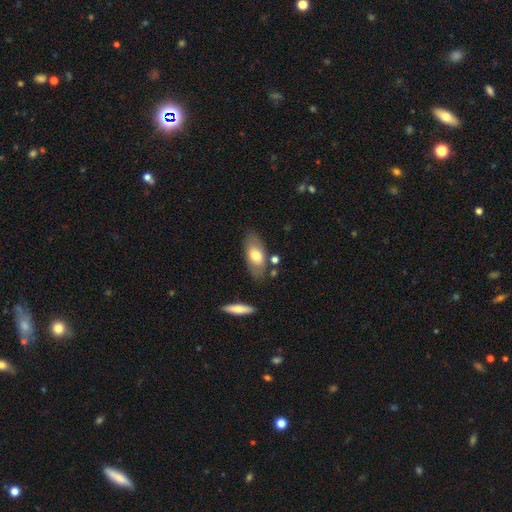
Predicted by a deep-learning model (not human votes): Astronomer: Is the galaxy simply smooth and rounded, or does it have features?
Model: smooth — 69%.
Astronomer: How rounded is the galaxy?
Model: in between — 86%.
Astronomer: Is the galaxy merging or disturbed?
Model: none — 75%.